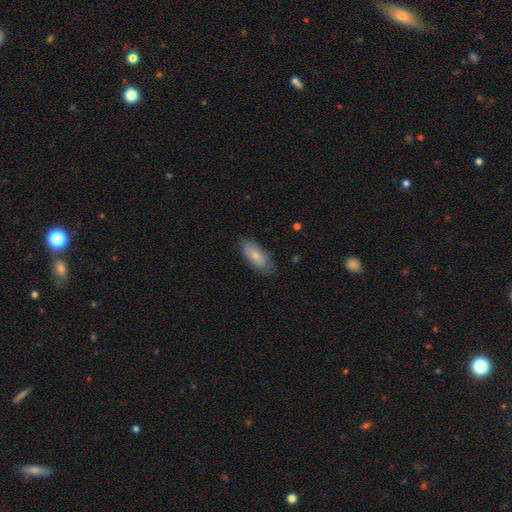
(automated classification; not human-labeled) Smooth or featured?
  - smooth: 82% *
  - featured or disk: 12%
  - star or artifact: 6%
How rounded?
  - in between: 80% *
  - cigar-shaped: 18%
  - round: 2%
Merging?
  - none: 80% *
  - minor disturbance: 16%
  - major disturbance: 3%
  - merger: 1%